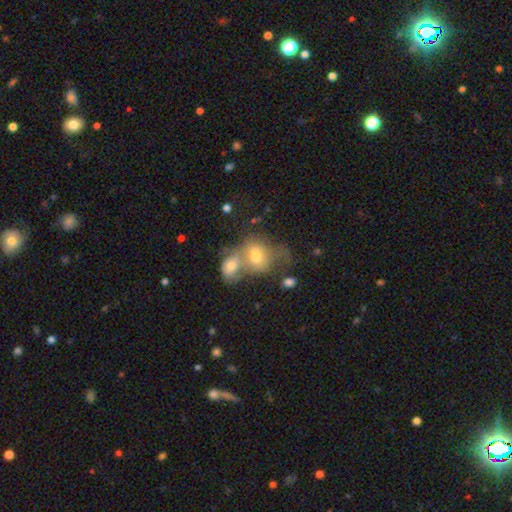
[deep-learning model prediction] smooth 65%, featured or disk 25%, star or artifact 11%. Down the decision tree: how rounded — in between (51%); merging — merger (67%).